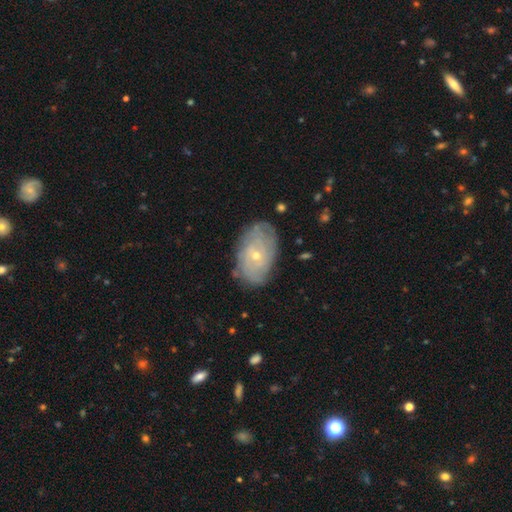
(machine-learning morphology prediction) This is likely a featured or disk galaxy (68%). It is clearly not viewed edge-on (94%). Bar: likely no (78%). Spiral arm pattern: likely yes (78%). Central bulge: likely small (68%). Merging: likely none (76%).